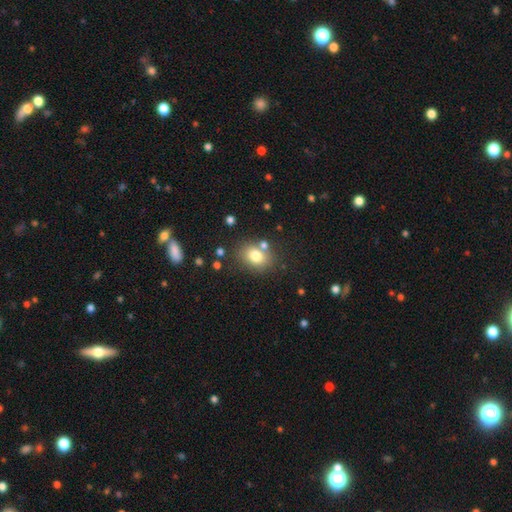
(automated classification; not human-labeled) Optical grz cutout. It shows a smooth galaxy with no disk features (77%) that is in between round and cigar-shaped (55%). Merging: none (72%).